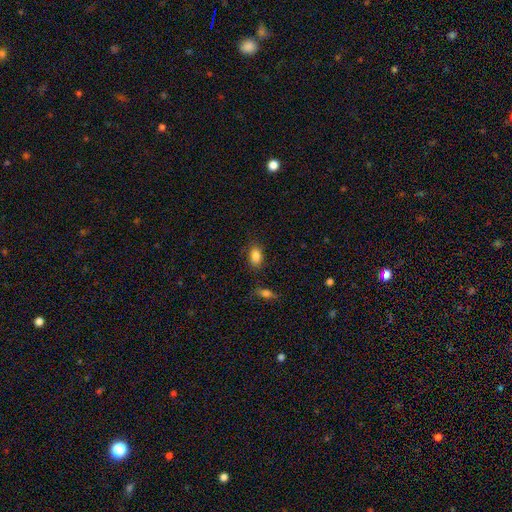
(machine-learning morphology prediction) This is clearly a smooth galaxy (85%). How rounded: clearly in between (85%). Merging: clearly none (80%).